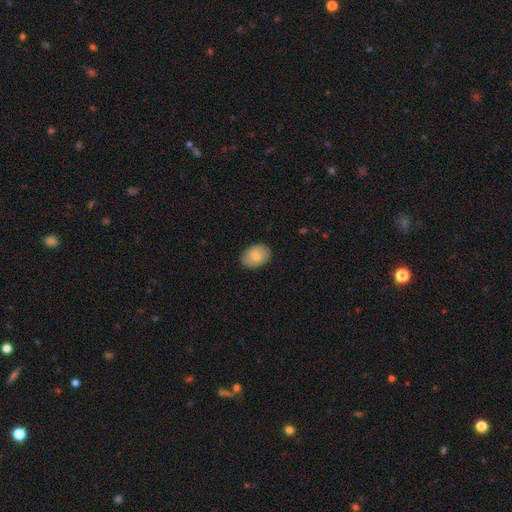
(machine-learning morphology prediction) Q: Smooth or featured?
A: smooth (78%); runner-up: featured or disk (15%)
Q: How rounded?
A: in between (74%); runner-up: round (25%)
Q: Merging?
A: none (88%); runner-up: minor disturbance (9%)